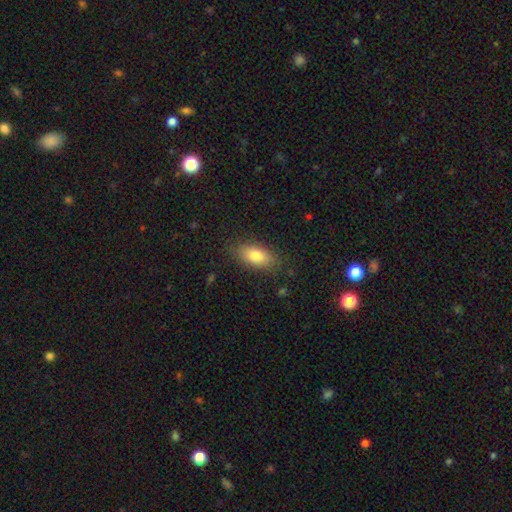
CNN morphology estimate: Overall: smooth (81%). How rounded: in between (88%). Merging: none (84%).